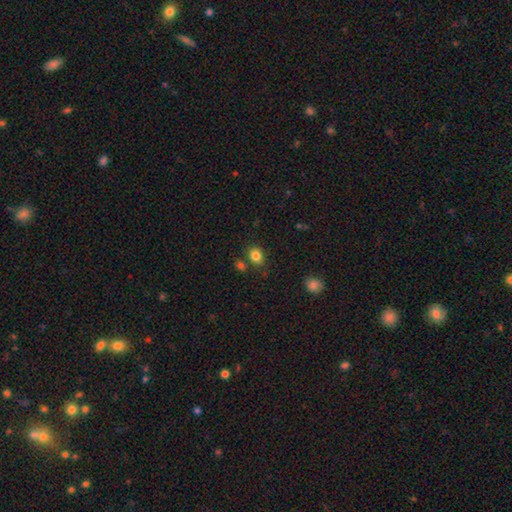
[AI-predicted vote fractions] smooth_or_featured: smooth (p=0.83) [alt: star or artifact p=0.11]
how_rounded: round (p=0.53) [alt: in between p=0.46]
merging: none (p=0.77) [alt: minor disturbance p=0.11]